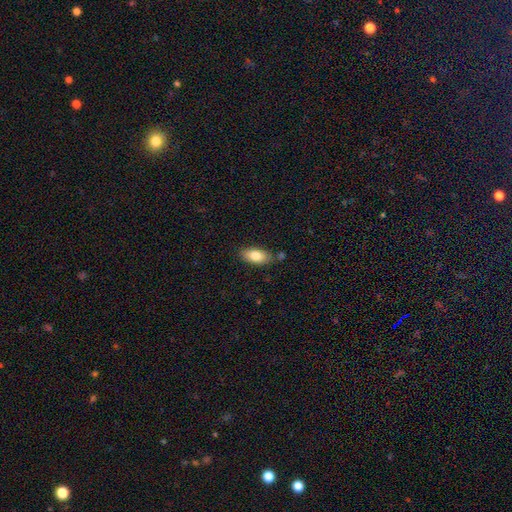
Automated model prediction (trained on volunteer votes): Morphology: type=smooth (82%); roundness=in between (90%); merging=none (79%).